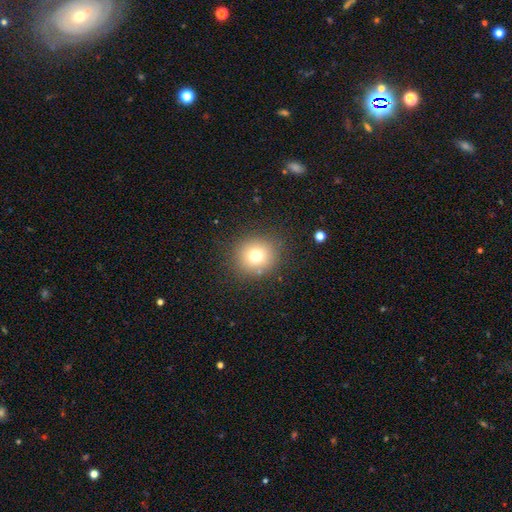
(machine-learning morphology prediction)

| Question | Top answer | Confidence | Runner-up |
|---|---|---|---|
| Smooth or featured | smooth | 74% | star or artifact (15%) |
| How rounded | round | 89% | in between (10%) |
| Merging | none | 87% | minor disturbance (8%) |